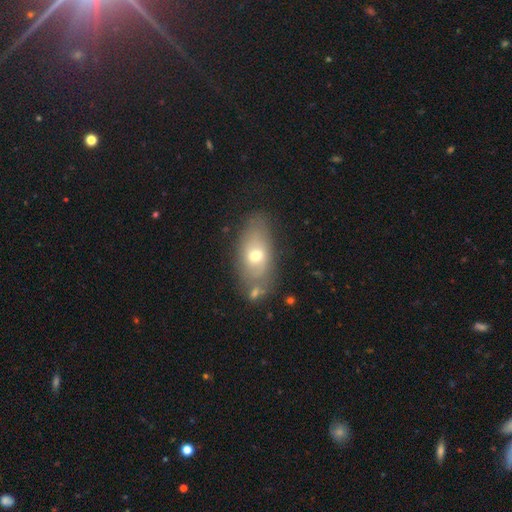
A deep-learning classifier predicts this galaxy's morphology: Smooth or featured? smooth (54%)
How rounded? in between (86%)
Merging? none (66%)